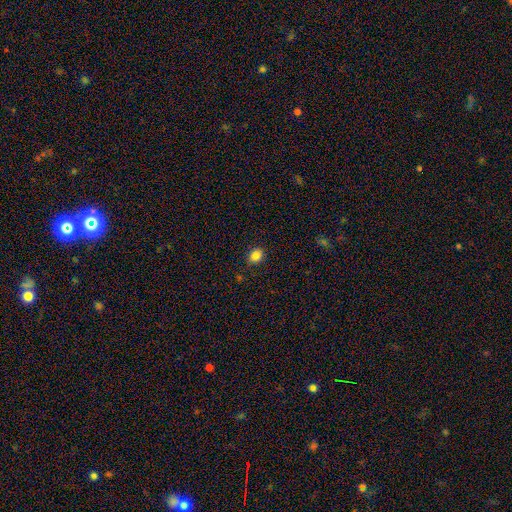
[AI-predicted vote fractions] Smooth or featured? smooth (84%)
How rounded? round (62%)
Merging? none (88%)